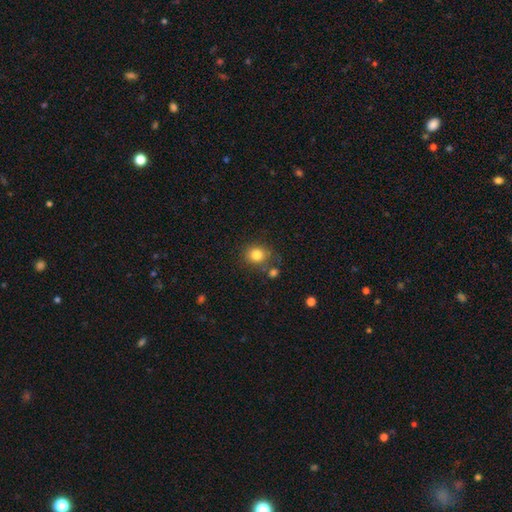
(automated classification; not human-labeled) Q: Smooth or featured?
A: smooth (81%); runner-up: star or artifact (11%)
Q: How rounded?
A: round (76%); runner-up: in between (23%)
Q: Merging?
A: none (71%); runner-up: minor disturbance (14%)